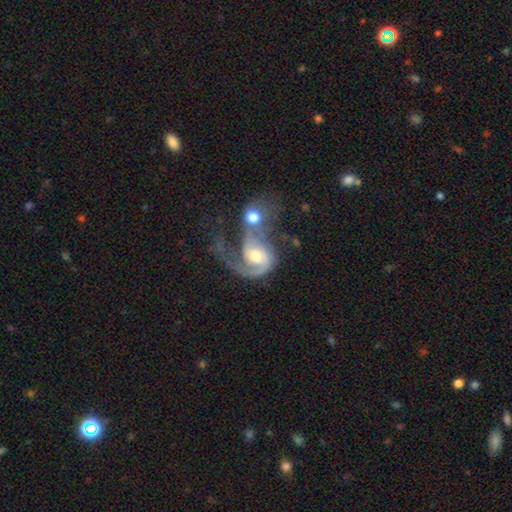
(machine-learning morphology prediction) The model was most divided on "spiral winding": medium: 42%, loose: 33%, tight: 25%. More confident: edge-on disk — no (98%); spiral arms — yes (94%); smooth or featured — featured or disk (83%); bulge size — moderate (65%); merging — merger (62%); bar — no (56%); spiral arm count — 1 (50%).